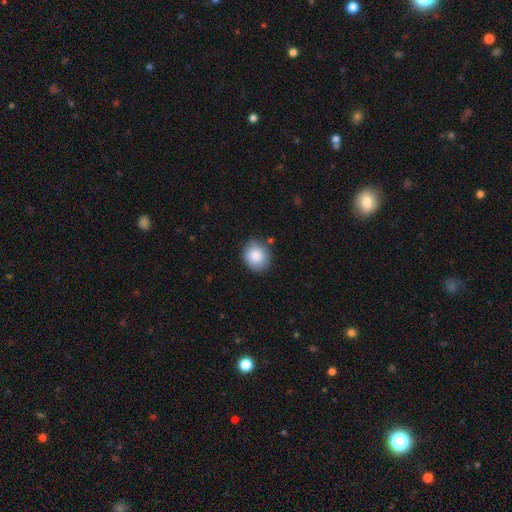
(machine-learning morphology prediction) Smooth or featured: smooth — 87% (star or artifact — 8%)
How rounded: round — 70% (in between — 29%)
Merging: none — 82% (minor disturbance — 13%)